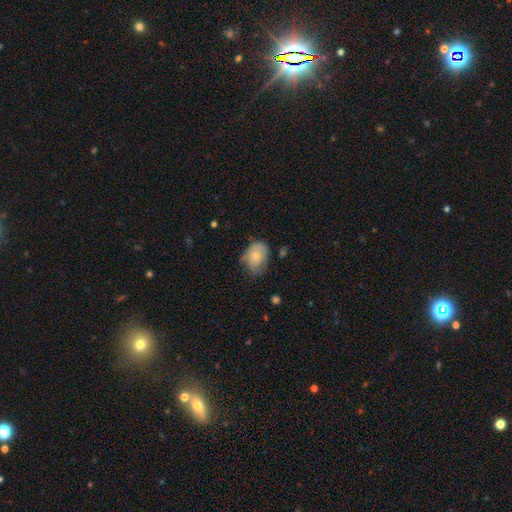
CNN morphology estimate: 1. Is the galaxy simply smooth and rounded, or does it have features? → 70% smooth, 23% featured or disk, 7% star or artifact.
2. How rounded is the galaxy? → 68% in between, 31% round, 1% cigar-shaped.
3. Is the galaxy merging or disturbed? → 50% none, 36% minor disturbance, 12% major disturbance, 2% merger.